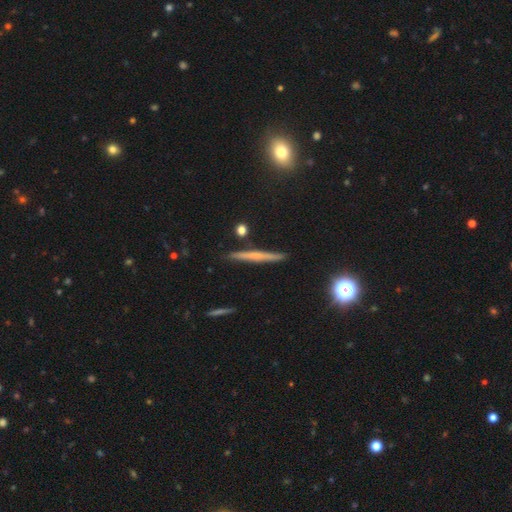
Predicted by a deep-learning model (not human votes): smooth-or-featured: featured or disk: 48% | smooth: 43% | star or artifact: 9%
  merging: none: 89% | minor disturbance: 7% | merger: 2% | major disturbance: 2%